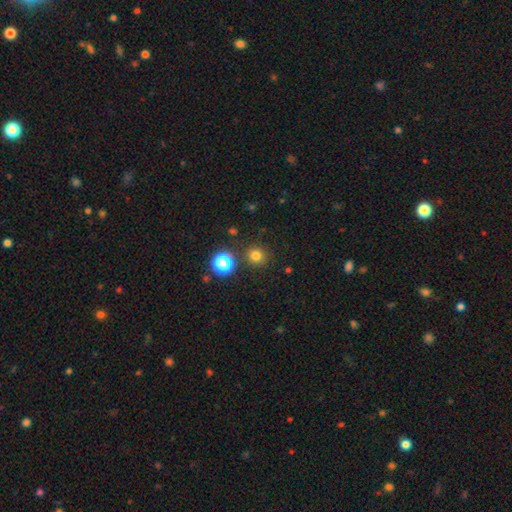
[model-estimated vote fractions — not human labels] smooth_or_featured: smooth (p=0.76) [alt: star or artifact p=0.18]
how_rounded: round (p=0.92) [alt: in between p=0.07]
merging: none (p=0.86) [alt: minor disturbance p=0.07]